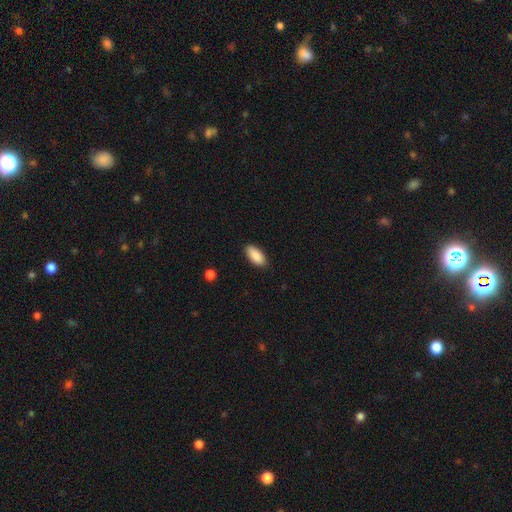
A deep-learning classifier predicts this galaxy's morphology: Smooth or featured? smooth (90%)
How rounded? in between (91%)
Merging? none (88%)